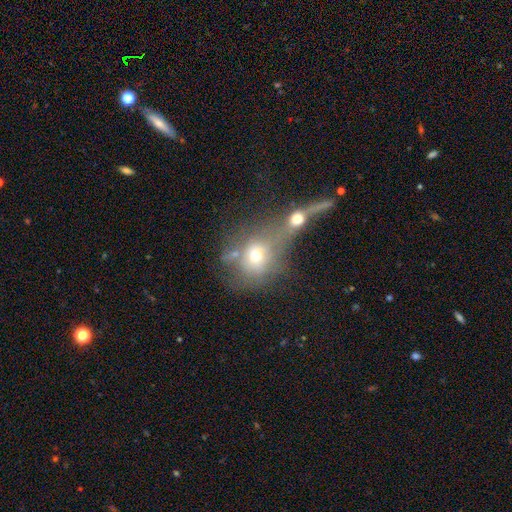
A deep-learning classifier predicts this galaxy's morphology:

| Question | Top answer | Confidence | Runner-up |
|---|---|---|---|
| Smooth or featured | smooth | 58% | featured or disk (26%) |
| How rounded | round | 66% | in between (31%) |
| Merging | merger | 59% | none (23%) |